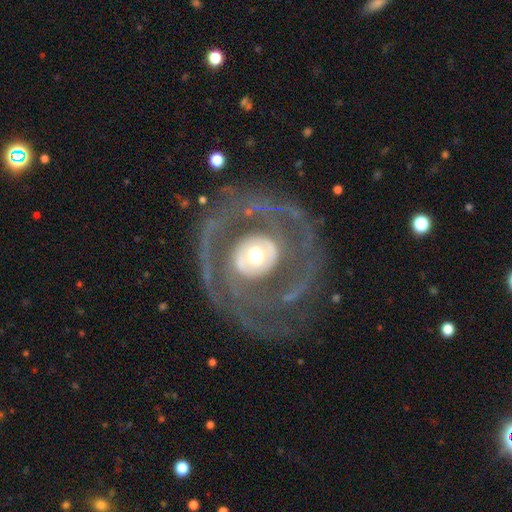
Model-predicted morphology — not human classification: type=featured or disk (82%); edge-on=no (96%); bar=no (74%); spiral arms=yes (77%); winding=medium (39%); arm count=2 (55%); bulge=moderate (54%); merging=none (73%).